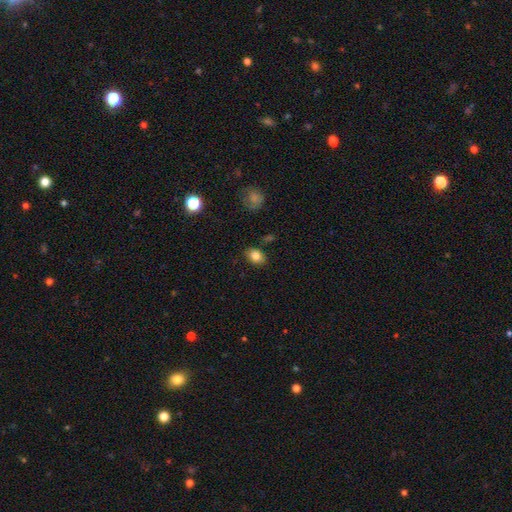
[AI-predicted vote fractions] Q: Smooth or featured?
A: smooth (82%); runner-up: star or artifact (9%)
Q: How rounded?
A: in between (70%); runner-up: round (28%)
Q: Merging?
A: none (84%); runner-up: minor disturbance (11%)